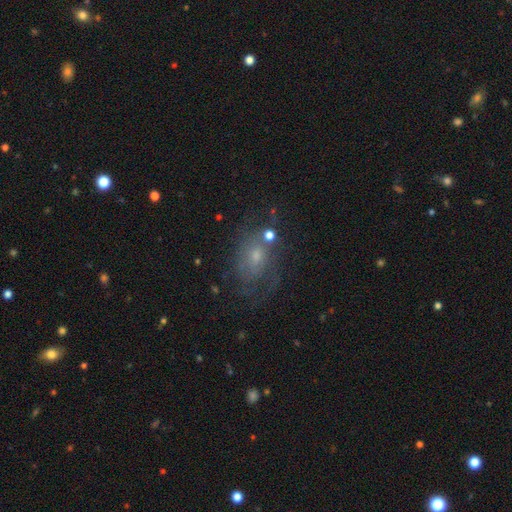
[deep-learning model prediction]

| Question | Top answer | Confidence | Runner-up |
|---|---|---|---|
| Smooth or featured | featured or disk | 49% | smooth (35%) |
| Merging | none | 52% | minor disturbance (22%) |